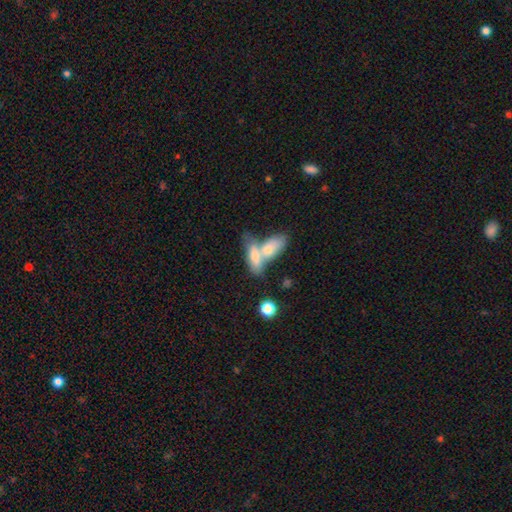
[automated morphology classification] smooth_or_featured: smooth (p=0.70) [alt: featured or disk p=0.24]
how_rounded: in between (p=0.68) [alt: cigar-shaped p=0.28]
merging: merger (p=0.65) [alt: none p=0.24]